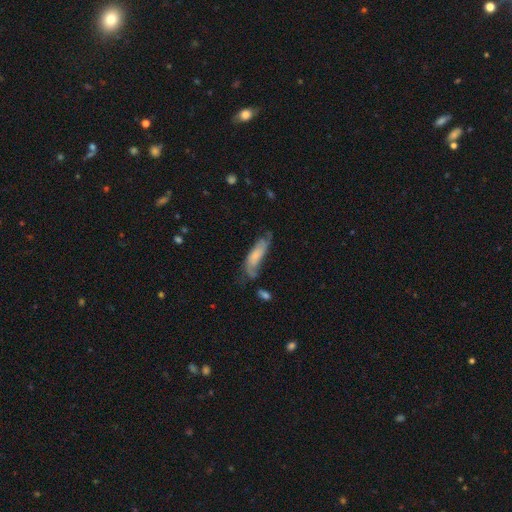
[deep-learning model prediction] smooth 56%, featured or disk 37%, star or artifact 7%. Down the decision tree: how rounded — in between (51%); merging — none (41%).